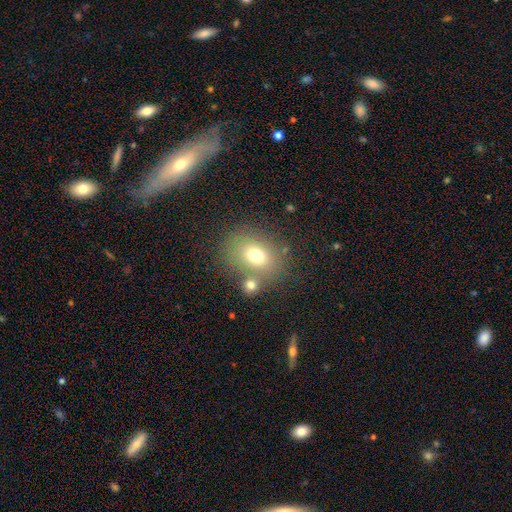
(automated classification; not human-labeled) Smooth or featured: smooth — 72% (featured or disk — 15%)
How rounded: in between — 53% (round — 46%)
Merging: none — 61% (merger — 20%)